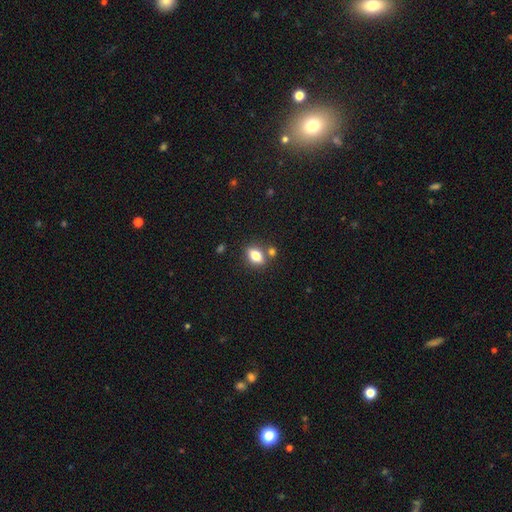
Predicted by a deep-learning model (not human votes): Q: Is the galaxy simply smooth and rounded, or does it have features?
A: smooth — 76%.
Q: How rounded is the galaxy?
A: in between — 79%.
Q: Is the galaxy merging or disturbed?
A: none — 72%.